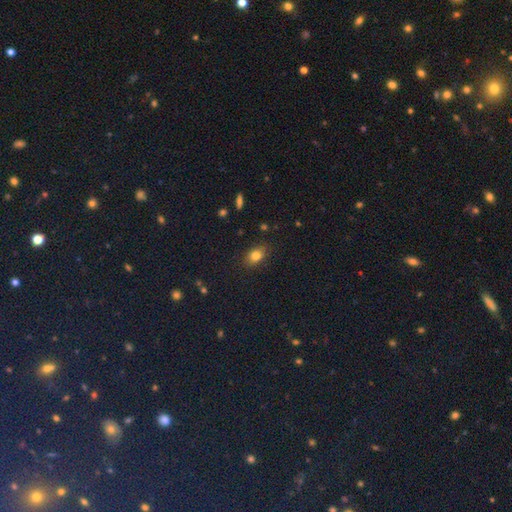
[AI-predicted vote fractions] A smooth galaxy with no disk features (79%) that is in between round and cigar-shaped (78%). Merging: none (83%).